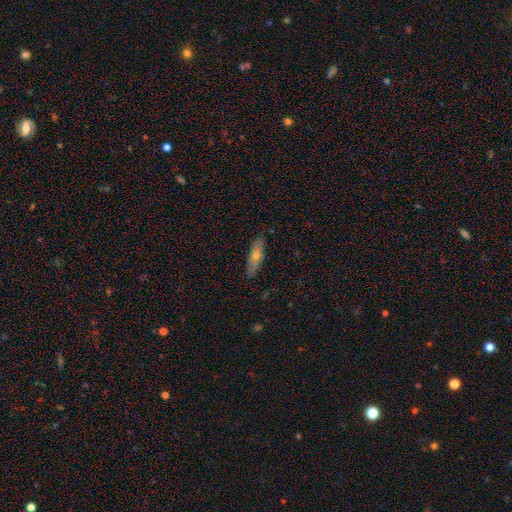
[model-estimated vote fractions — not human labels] A smooth galaxy with no disk features (55%) that is cigar-shaped (67%).

Vote fractions:
- Smooth or featured? smooth: 55% / featured or disk: 38% / star or artifact: 7%
- How rounded? cigar-shaped: 67% / in between: 30% / round: 2%
- Merging? none: 87% / minor disturbance: 10% / major disturbance: 2% / merger: 1%